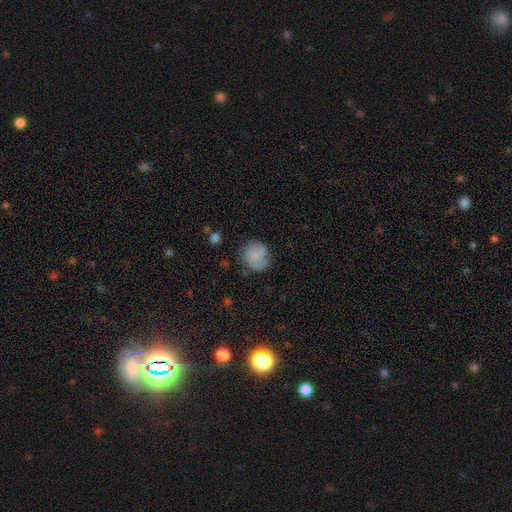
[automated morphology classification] This is likely a smooth galaxy (66%). How rounded: likely round (80%). Merging: likely none (61%).